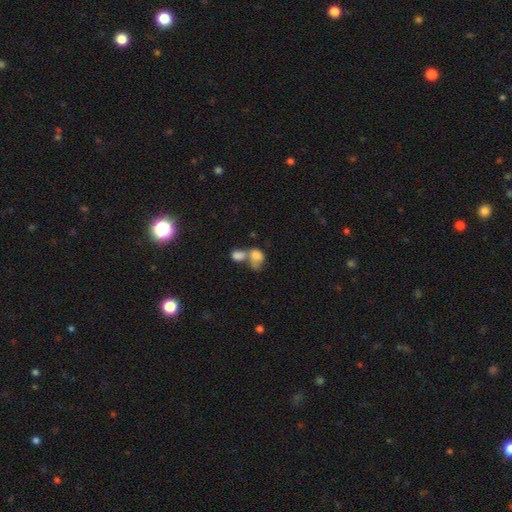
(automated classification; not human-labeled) This appears to be a smooth galaxy with no disk features (77%) that is in between round and cigar-shaped (62%). Merging: merger (69%).